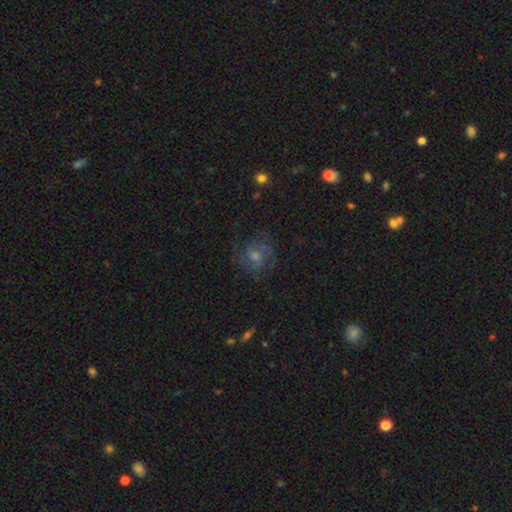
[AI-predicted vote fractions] Morphology: type=smooth (45%); merging=none (67%).